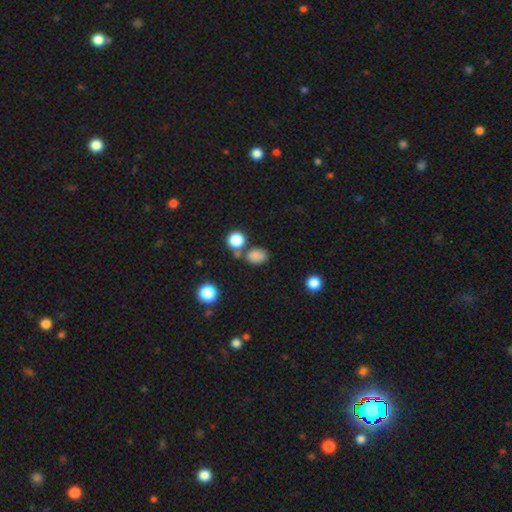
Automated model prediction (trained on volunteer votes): Smooth or featured? smooth (82%)
How rounded? in between (68%)
Merging? none (64%)